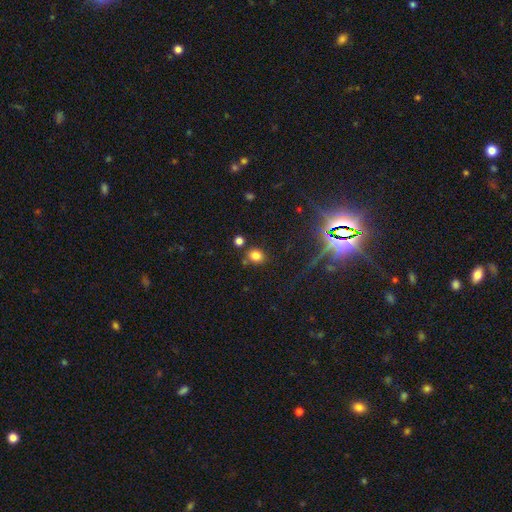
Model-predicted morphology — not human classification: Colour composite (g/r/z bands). It shows a smooth galaxy with no disk features (78%) that is round (63%). Merging: none (74%).